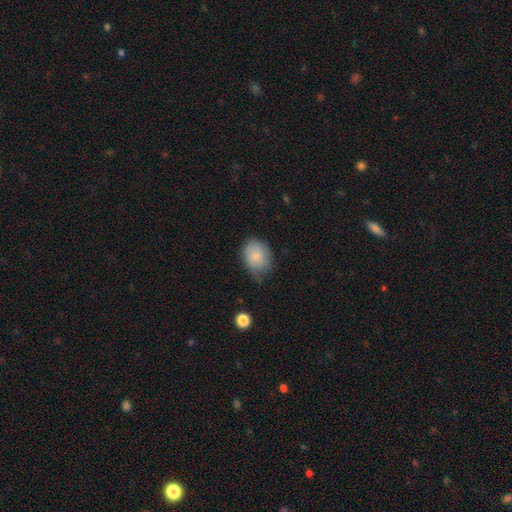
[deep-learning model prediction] smooth 82%, featured or disk 11%, star or artifact 7%. Down the decision tree: how rounded — in between (54%); merging — none (59%).